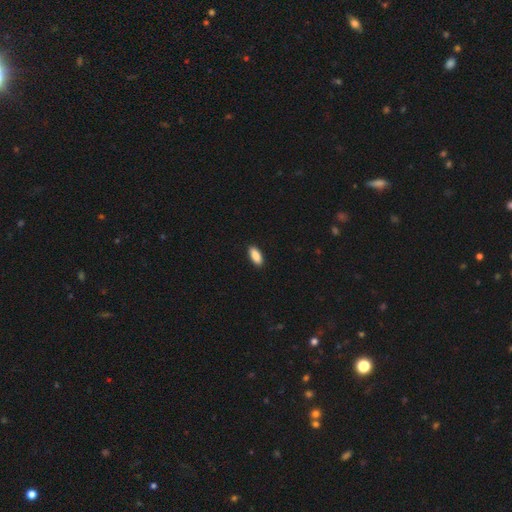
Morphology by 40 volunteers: type=smooth (88%); roundness=in between (74%); merging=none (100%).